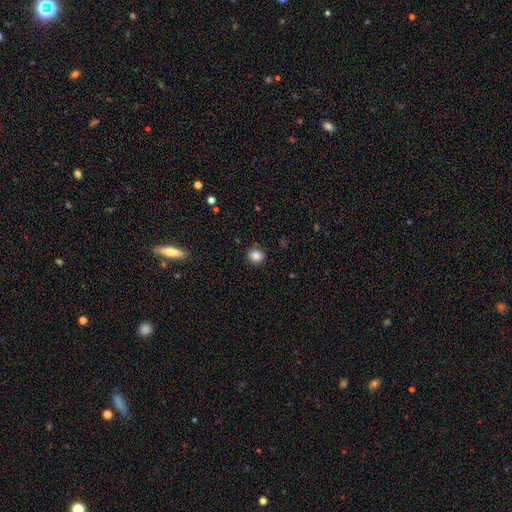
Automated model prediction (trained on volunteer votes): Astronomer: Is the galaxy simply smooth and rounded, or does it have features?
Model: smooth — 84%.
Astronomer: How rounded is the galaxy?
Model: round — 86%.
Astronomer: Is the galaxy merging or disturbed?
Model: none — 90%.